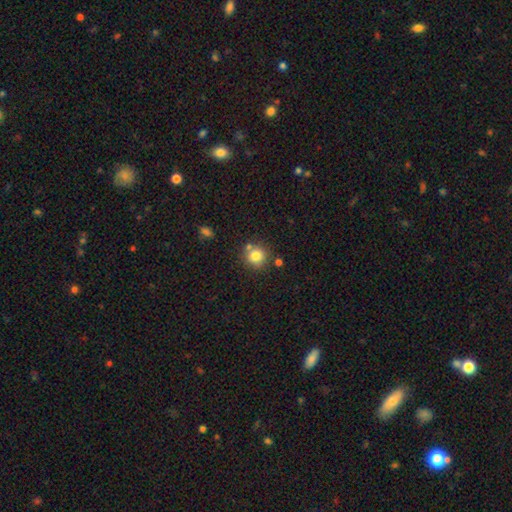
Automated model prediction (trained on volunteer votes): Morphology: type=smooth (80%); roundness=round (92%); merging=none (75%).